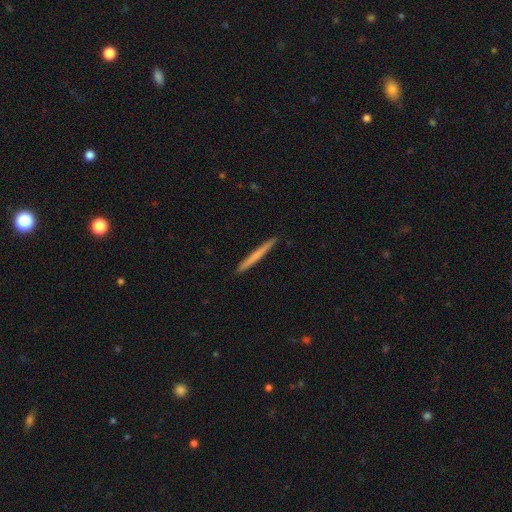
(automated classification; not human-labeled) smooth-or-featured: smooth: 60% | featured or disk: 35% | star or artifact: 5%
  how-rounded: cigar-shaped: 97% | in between: 2% | round: 1%
  merging: none: 93% | minor disturbance: 4% | major disturbance: 1% | merger: 1%